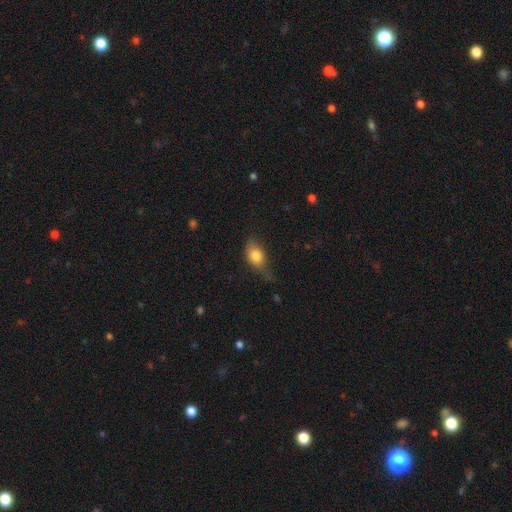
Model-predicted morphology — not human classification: Smooth or featured: smooth — 76% (featured or disk — 16%)
How rounded: in between — 76% (round — 18%)
Merging: none — 43% (minor disturbance — 37%)